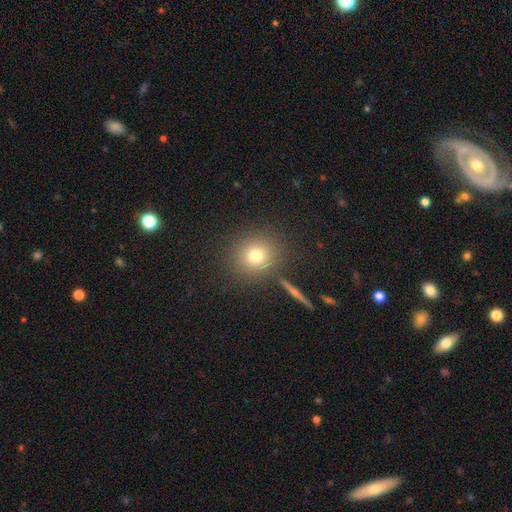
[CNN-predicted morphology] This appears to be a smooth galaxy with no disk features (74%) that is round (87%). Merging: none (83%).